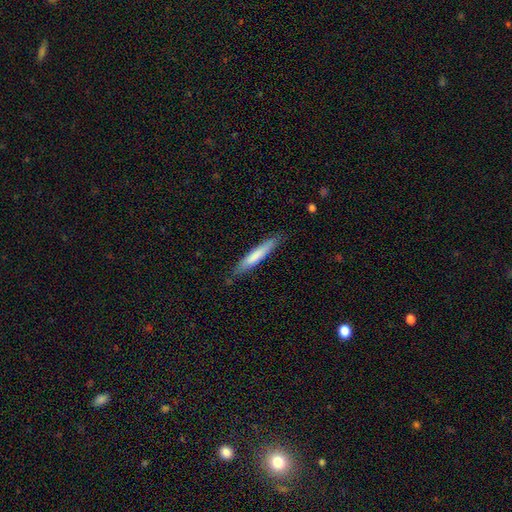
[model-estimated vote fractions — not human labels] The model was most divided on "smooth or featured": smooth: 72%, featured or disk: 23%, star or artifact: 5%. More confident: how rounded — cigar-shaped (92%); merging — none (83%).